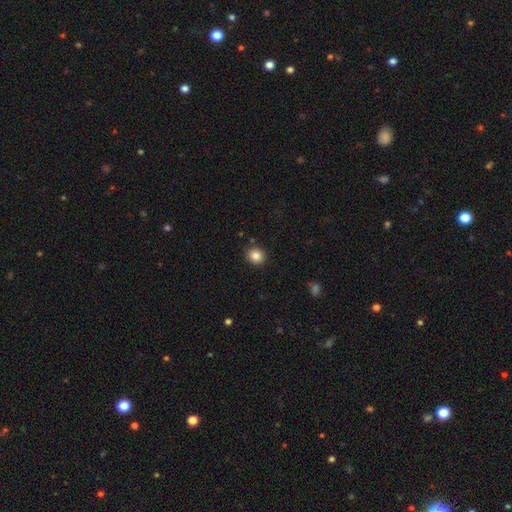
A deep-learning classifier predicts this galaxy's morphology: Smooth or featured? smooth (85%)
How rounded? round (87%)
Merging? none (89%)